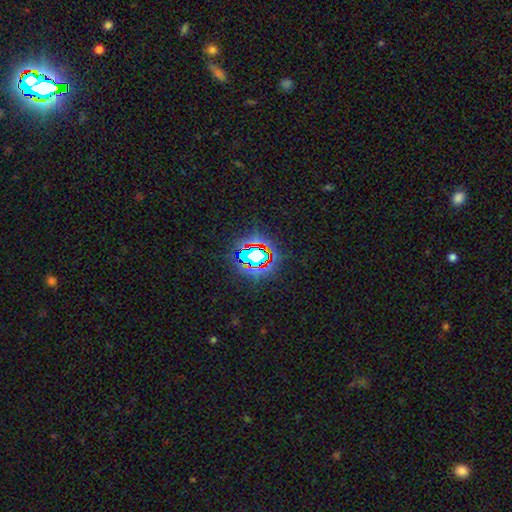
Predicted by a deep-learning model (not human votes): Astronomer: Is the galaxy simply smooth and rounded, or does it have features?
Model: star or artifact — 73%.